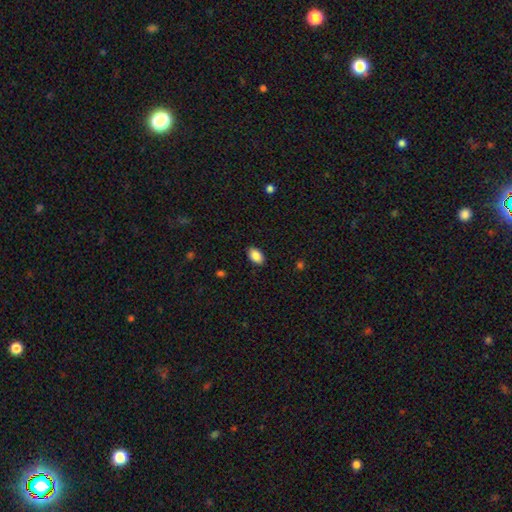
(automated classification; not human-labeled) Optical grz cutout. It shows a smooth galaxy with no disk features (88%) that is in between round and cigar-shaped (92%). Merging: none (89%).